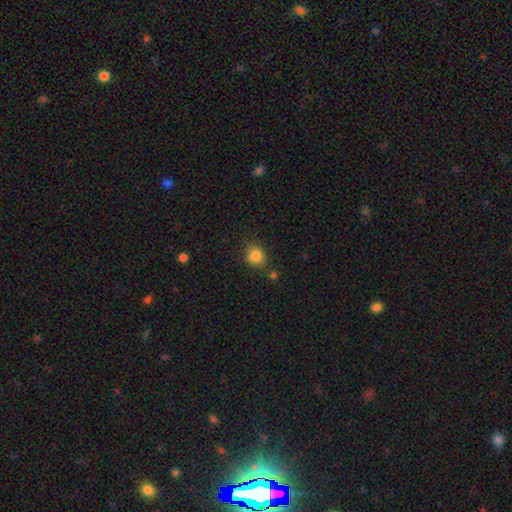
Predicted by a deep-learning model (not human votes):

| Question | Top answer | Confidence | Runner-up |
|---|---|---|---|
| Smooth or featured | smooth | 83% | star or artifact (11%) |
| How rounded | round | 79% | in between (20%) |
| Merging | none | 75% | minor disturbance (15%) |